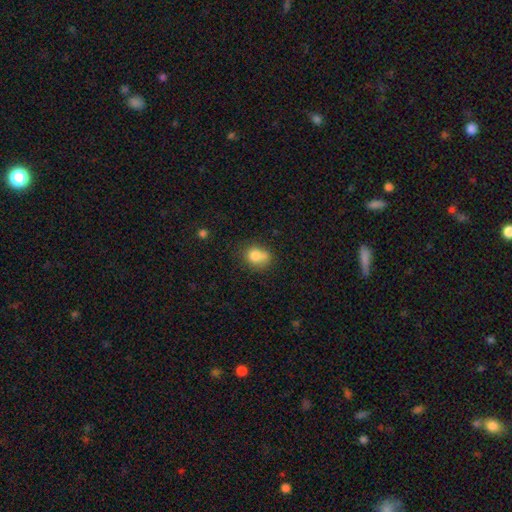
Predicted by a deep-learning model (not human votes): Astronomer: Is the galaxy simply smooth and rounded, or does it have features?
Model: smooth — 79%.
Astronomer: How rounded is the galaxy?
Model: round — 60% (runner-up: in between, 39%).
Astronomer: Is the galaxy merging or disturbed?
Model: none — 48% (runner-up: minor disturbance, 23%).